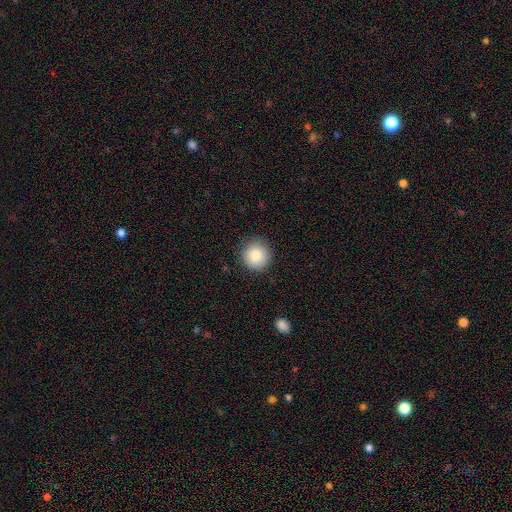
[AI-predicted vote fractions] This appears to be a smooth galaxy with no disk features (85%) that is round (94%). Merging: none (89%).